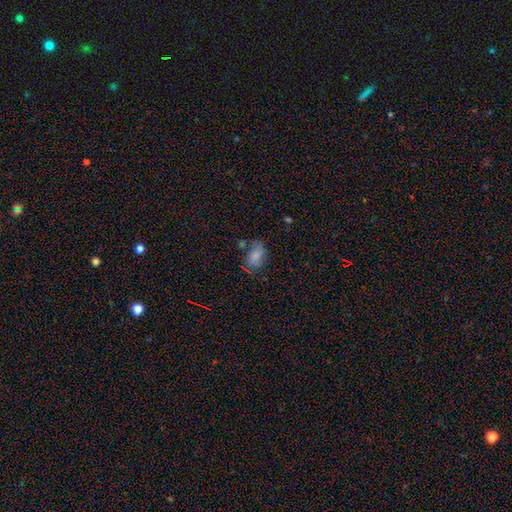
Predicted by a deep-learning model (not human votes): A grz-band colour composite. It shows a smooth galaxy with no disk features (78%) that is in between round and cigar-shaped (89%). Merging: none (60%).